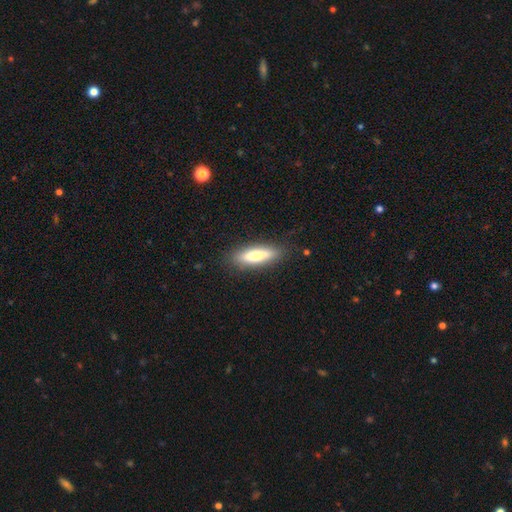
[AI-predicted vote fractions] Smooth or featured? smooth (74%)
How rounded? cigar-shaped (60%)
Merging? none (85%)